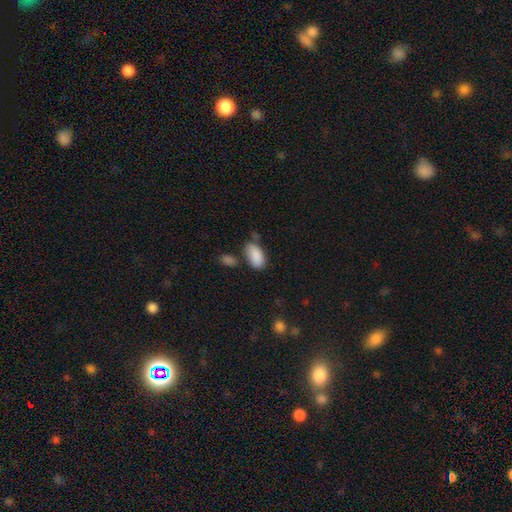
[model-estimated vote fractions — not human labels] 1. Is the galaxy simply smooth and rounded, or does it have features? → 88% smooth, 7% star or artifact, 5% featured or disk.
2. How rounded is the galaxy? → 94% in between, 3% round, 3% cigar-shaped.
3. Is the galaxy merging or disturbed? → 59% none, 23% minor disturbance, 11% merger, 7% major disturbance.